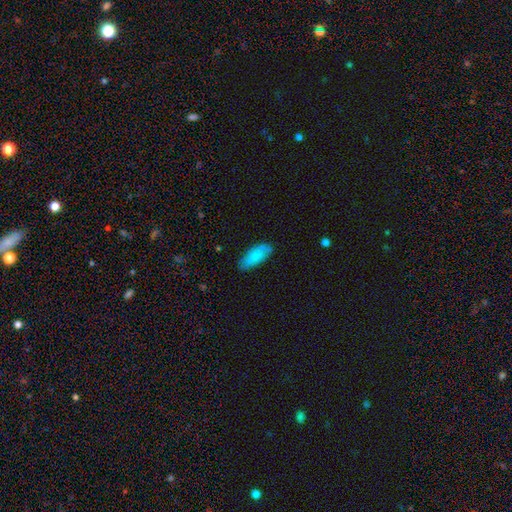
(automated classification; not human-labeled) Smooth or featured? smooth (84%)
How rounded? in between (79%)
Merging? none (79%)